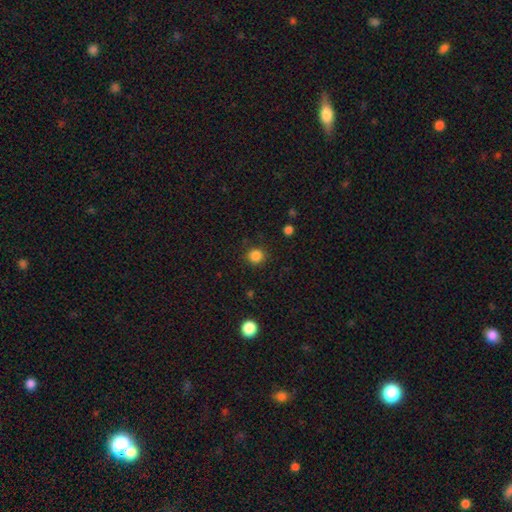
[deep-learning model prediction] smooth-or-featured: smooth: 85% | star or artifact: 12% | featured or disk: 3%
  how-rounded: round: 92% | in between: 7% | cigar-shaped: 1%
  merging: none: 89% | minor disturbance: 7% | major disturbance: 2% | merger: 1%